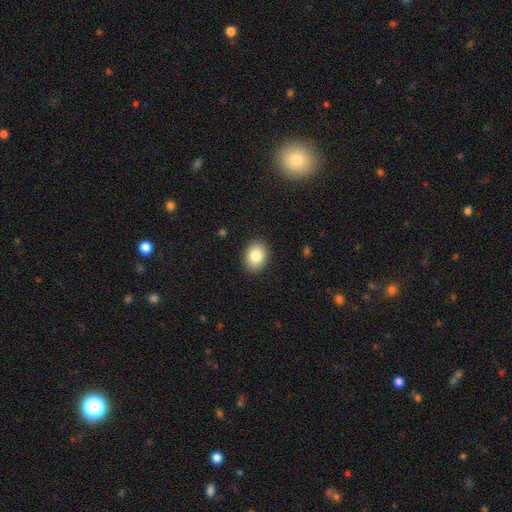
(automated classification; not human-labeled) Smooth or featured? Predicted: smooth (p=0.84). How rounded? Predicted: in between (p=0.58). Merging? Predicted: none (p=0.90).